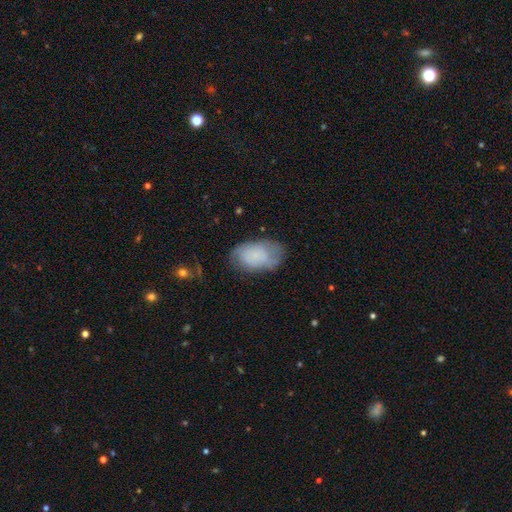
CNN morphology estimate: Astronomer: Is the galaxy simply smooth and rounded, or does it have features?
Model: smooth — 62%.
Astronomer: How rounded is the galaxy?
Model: in between — 92%.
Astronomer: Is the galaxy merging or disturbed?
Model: none — 57%.